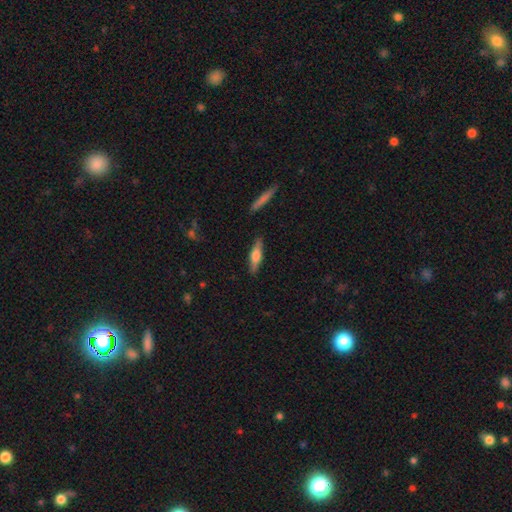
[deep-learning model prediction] smooth-or-featured: featured or disk: 50% | smooth: 44% | star or artifact: 6%
  disk-edge-on: yes: 94% | no: 6%
  merging: none: 87% | minor disturbance: 9% | major disturbance: 2% | merger: 2%